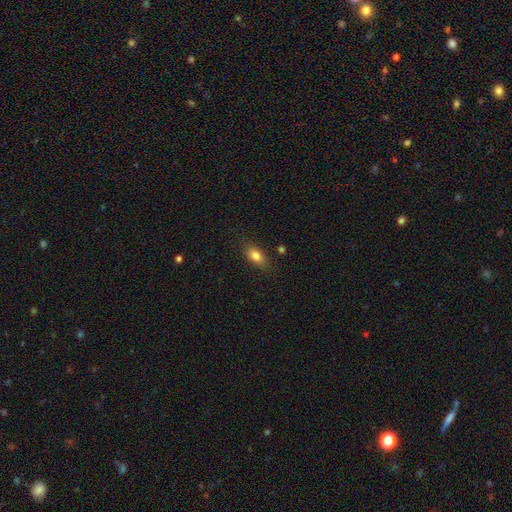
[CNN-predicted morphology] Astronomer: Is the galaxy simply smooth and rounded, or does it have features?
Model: smooth — 81%.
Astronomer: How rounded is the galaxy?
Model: in between — 83%.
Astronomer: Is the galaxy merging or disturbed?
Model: none — 80%.